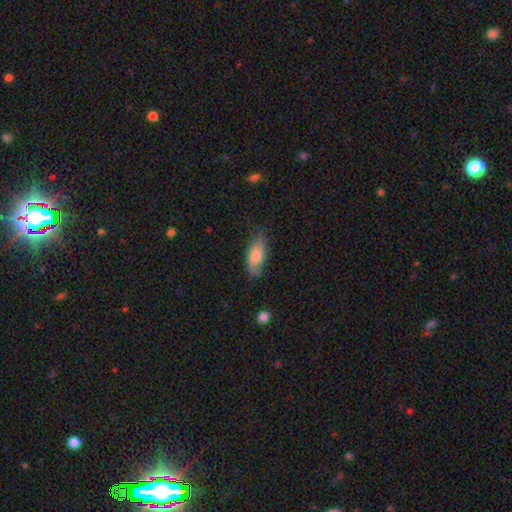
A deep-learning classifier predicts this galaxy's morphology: The model was most divided on "merging": none: 66%, minor disturbance: 27%, major disturbance: 6%, merger: 2%. More confident: how rounded — in between (82%); smooth or featured — smooth (76%).